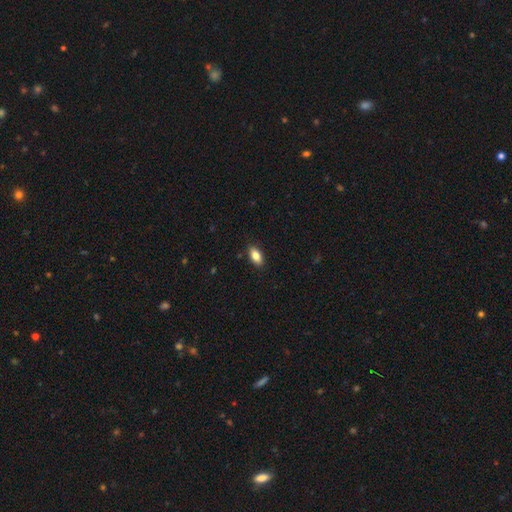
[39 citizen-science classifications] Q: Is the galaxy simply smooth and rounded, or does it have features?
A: smooth — 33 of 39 (85%).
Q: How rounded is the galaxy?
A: in between — 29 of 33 (88%).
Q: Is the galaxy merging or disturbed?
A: none — 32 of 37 (86%).